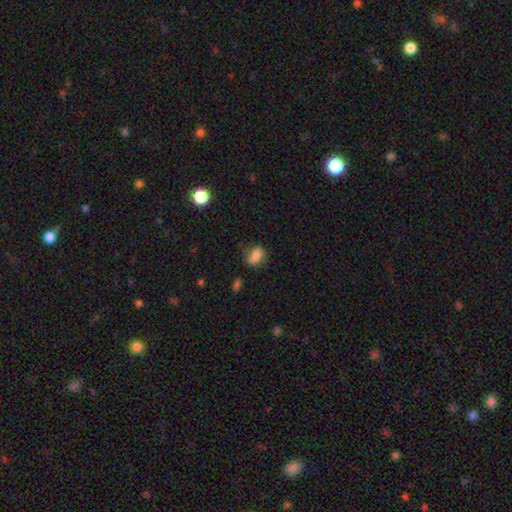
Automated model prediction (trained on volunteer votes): Q: Smooth or featured?
A: smooth (81%); runner-up: star or artifact (10%)
Q: How rounded?
A: in between (76%); runner-up: round (20%)
Q: Merging?
A: none (64%); runner-up: minor disturbance (26%)